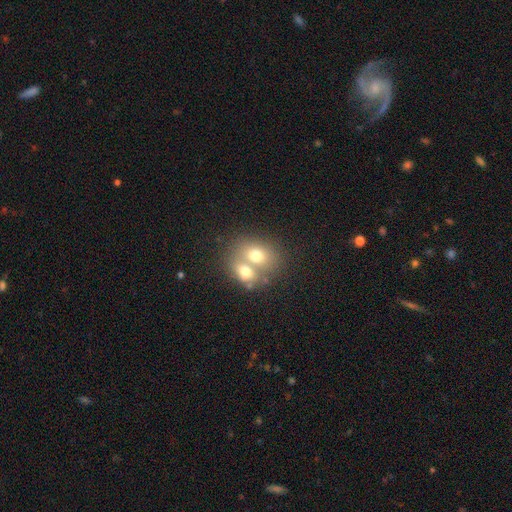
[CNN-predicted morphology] The model was most divided on "how rounded": in between: 53%, round: 46%, cigar-shaped: 1%. More confident: smooth or featured — smooth (68%); merging — merger (66%).